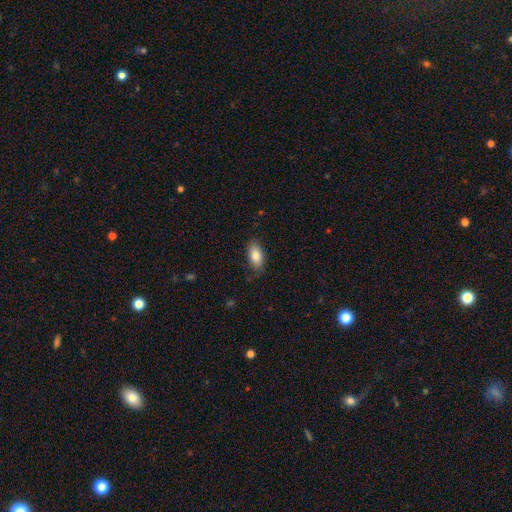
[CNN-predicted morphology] smooth 83%, featured or disk 10%, star or artifact 7%. Down the decision tree: how rounded — in between (91%); merging — none (81%).